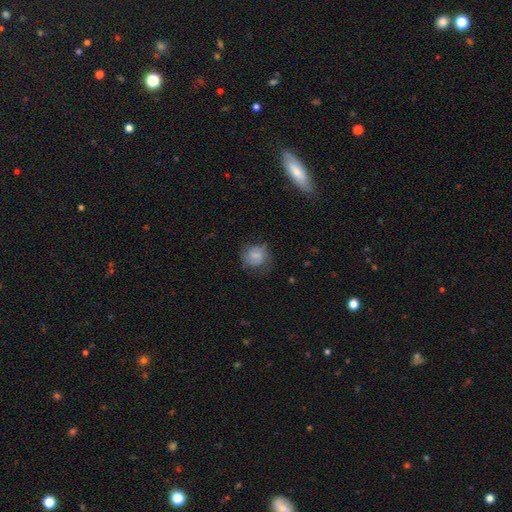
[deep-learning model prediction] Smooth or featured? Predicted: smooth (p=0.68). How rounded? Predicted: round (p=0.77). Merging? Predicted: none (p=0.61).